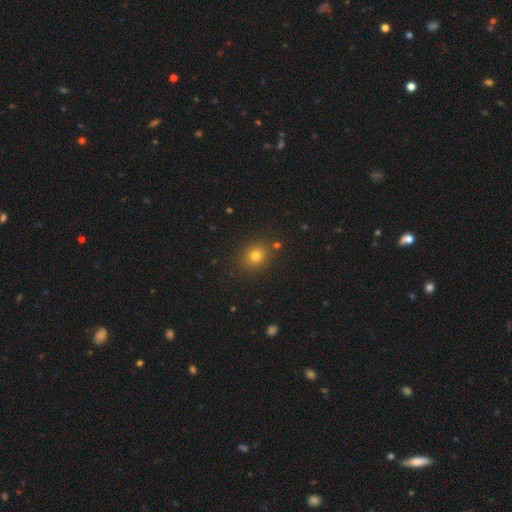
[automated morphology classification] Smooth or featured: smooth — 76% (star or artifact — 17%)
How rounded: round — 76% (in between — 23%)
Merging: none — 85% (minor disturbance — 8%)